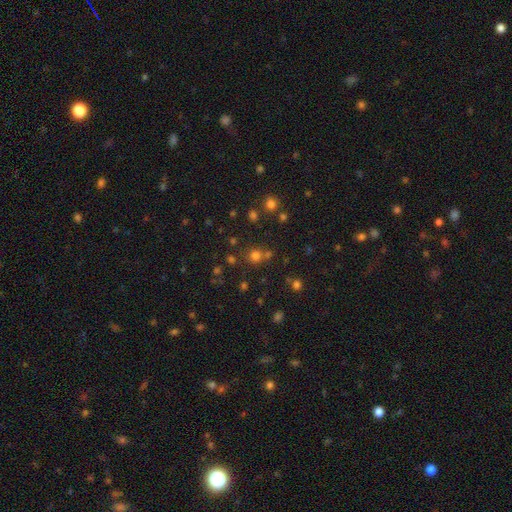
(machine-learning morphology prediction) Smooth or featured? smooth (69%)
How rounded? round (90%)
Merging? none (71%)